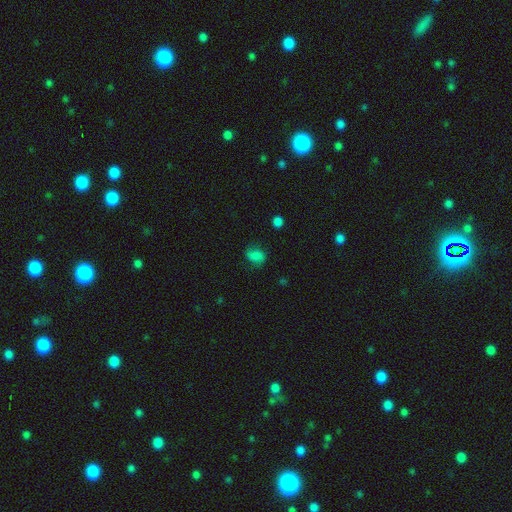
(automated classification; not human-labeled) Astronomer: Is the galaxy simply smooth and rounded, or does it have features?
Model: smooth — 65%.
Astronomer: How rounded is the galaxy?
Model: in between — 61% (runner-up: round, 38%).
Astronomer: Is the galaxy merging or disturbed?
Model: none — 63%.